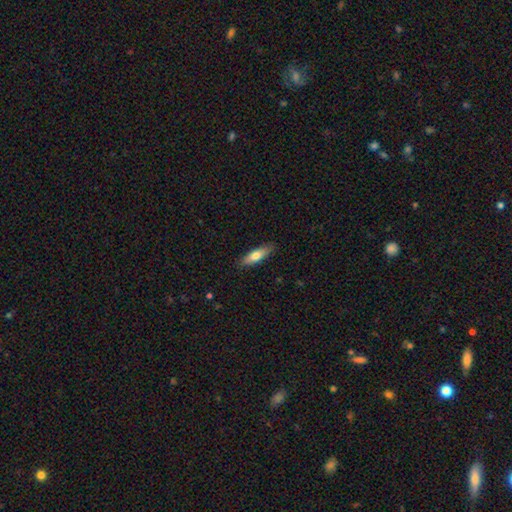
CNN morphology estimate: smooth 69%, featured or disk 25%, star or artifact 6%. Down the decision tree: how rounded — cigar-shaped (56%); merging — none (88%).